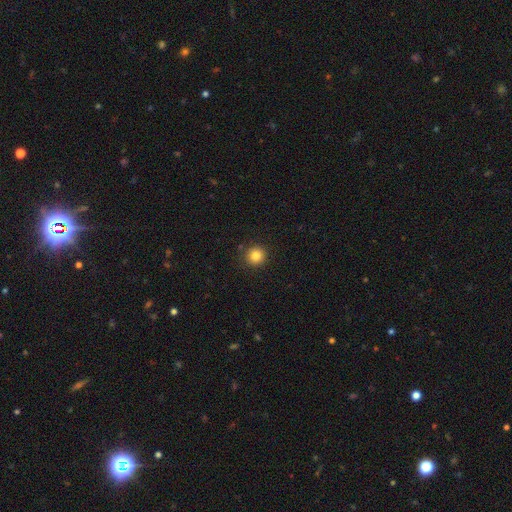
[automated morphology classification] smooth_or_featured: smooth (p=0.83) [alt: star or artifact p=0.12]
how_rounded: round (p=0.94) [alt: in between p=0.05]
merging: none (p=0.90) [alt: minor disturbance p=0.06]